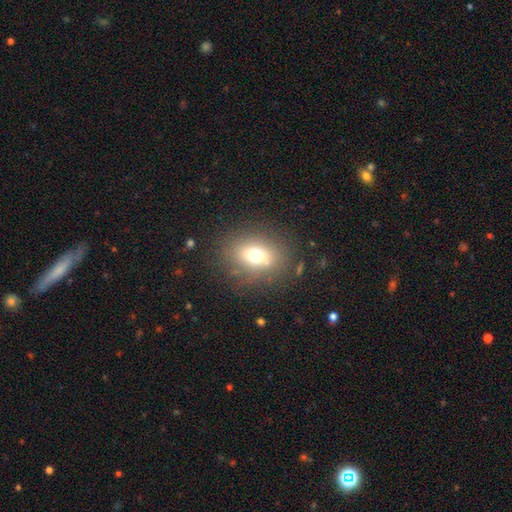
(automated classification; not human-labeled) Smooth or featured: smooth — 66% (star or artifact — 17%)
How rounded: round — 54% (in between — 45%)
Merging: none — 78% (minor disturbance — 12%)